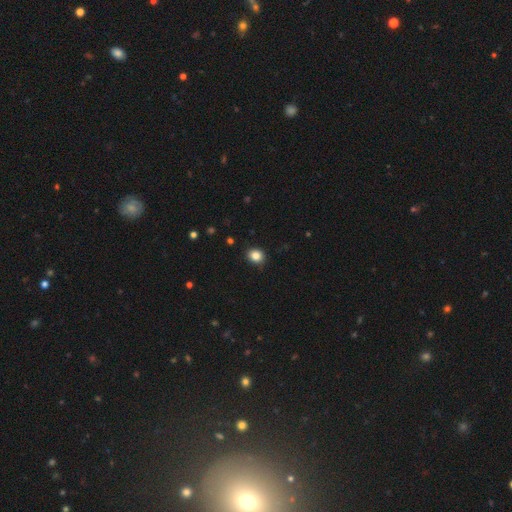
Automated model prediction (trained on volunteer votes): This appears to be a smooth galaxy with no disk features (85%) that is round (63%). Merging: none (89%).